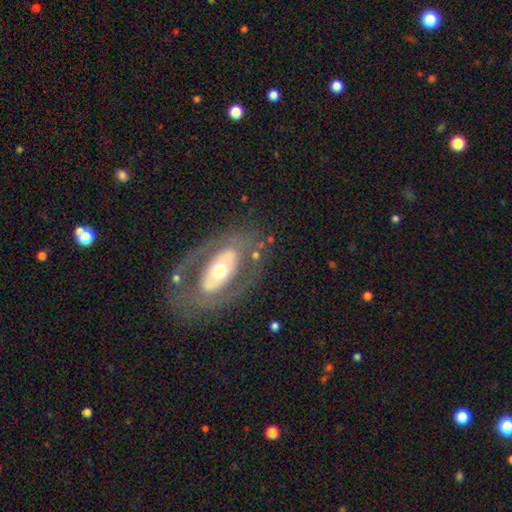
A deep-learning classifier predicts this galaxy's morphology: Smooth or featured: featured or disk — 70% (smooth — 24%)
Edge-on disk: no — 90% (yes — 10%)
Bar: no — 61% (strong — 21%)
Spiral arms: no — 63% (yes — 37%)
Bulge size: moderate — 66% (small — 17%)
Merging: none — 67% (minor disturbance — 15%)